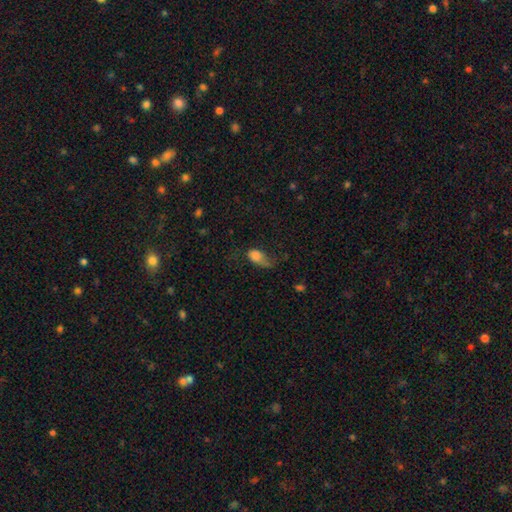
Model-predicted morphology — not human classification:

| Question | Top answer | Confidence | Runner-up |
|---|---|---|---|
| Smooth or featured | smooth | 74% | featured or disk (16%) |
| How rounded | in between | 82% | round (14%) |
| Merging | major disturbance | 44% | minor disturbance (29%) |